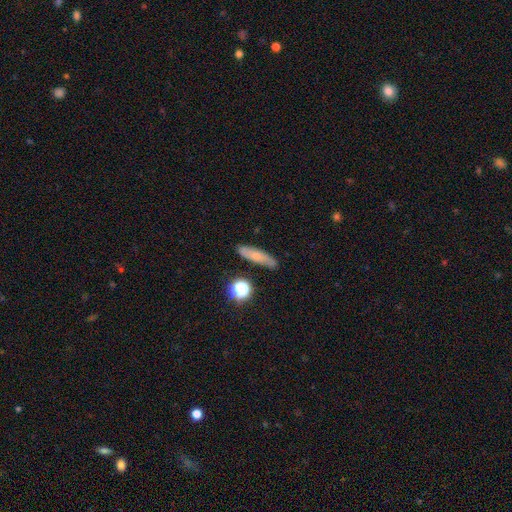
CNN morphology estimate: Smooth or featured: smooth — 55% (featured or disk — 34%)
How rounded: cigar-shaped — 67% (in between — 26%)
Merging: none — 81% (minor disturbance — 13%)